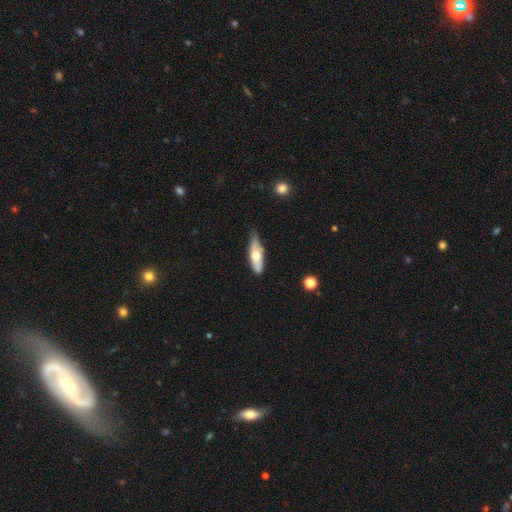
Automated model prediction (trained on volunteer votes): smooth-or-featured: smooth: 59% | featured or disk: 36% | star or artifact: 6%
  how-rounded: in between: 53% | cigar-shaped: 44% | round: 2%
  merging: none: 61% | minor disturbance: 31% | major disturbance: 6% | merger: 2%